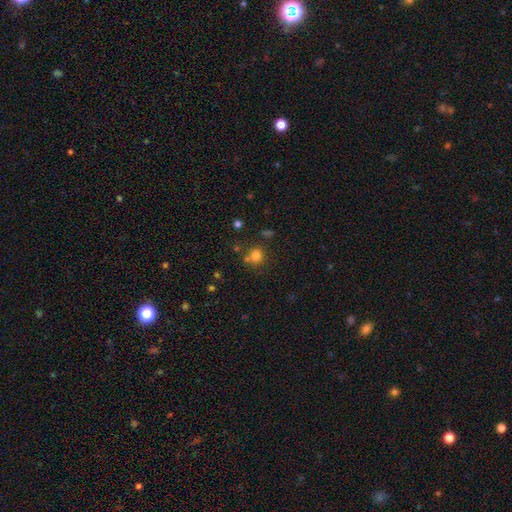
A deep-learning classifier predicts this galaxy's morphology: Smooth or featured: smooth — 76% (star or artifact — 16%)
How rounded: round — 85% (in between — 14%)
Merging: none — 66% (merger — 20%)